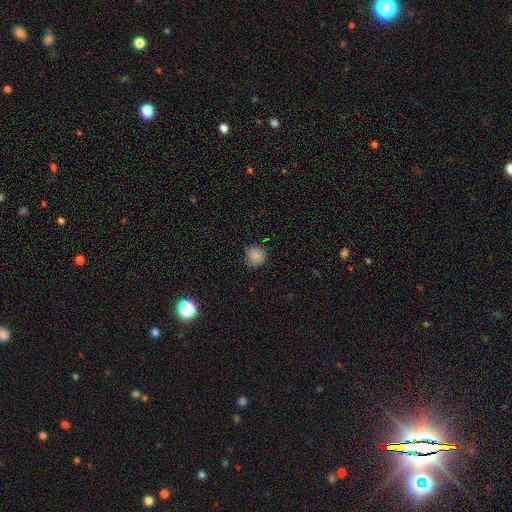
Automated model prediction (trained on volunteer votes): Overall: smooth (83%). How rounded: round (92%). Merging: none (80%).